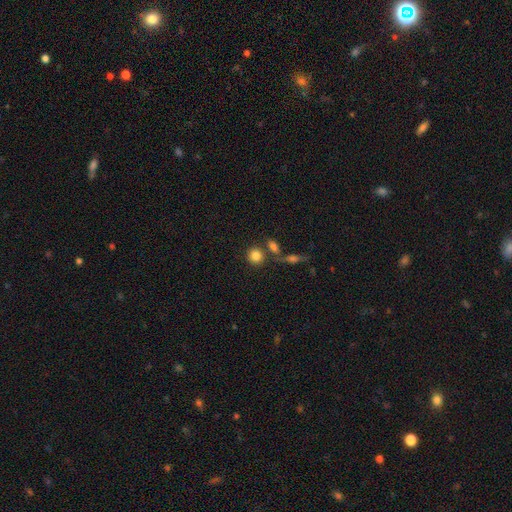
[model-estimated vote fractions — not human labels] Smooth or featured: smooth — 83% (star or artifact — 10%)
How rounded: round — 84% (in between — 14%)
Merging: none — 68% (merger — 19%)